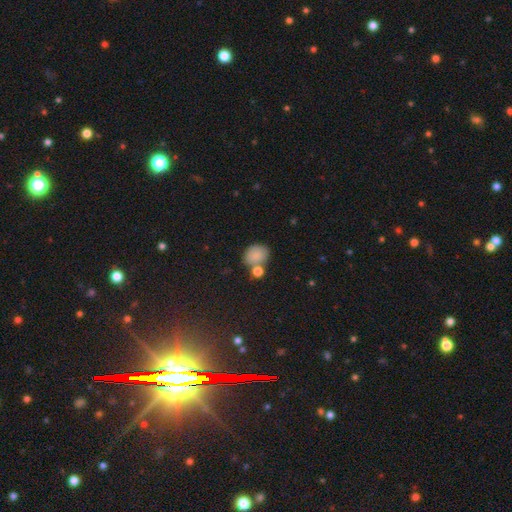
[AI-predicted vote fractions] Smooth or featured? Predicted: smooth (p=0.81). How rounded? Predicted: round (p=0.57). Merging? Predicted: none (p=0.53).